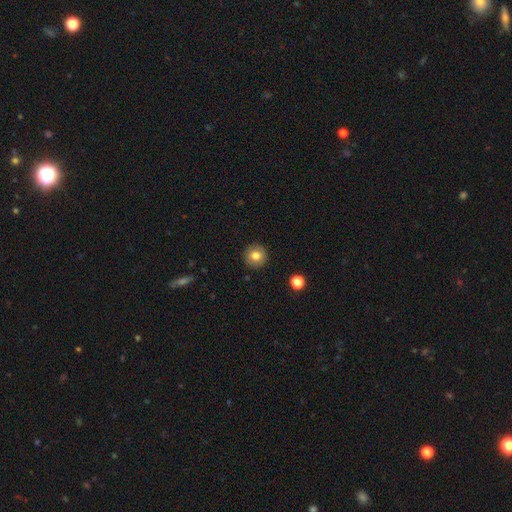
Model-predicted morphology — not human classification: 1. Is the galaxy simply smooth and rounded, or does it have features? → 77% smooth, 14% featured or disk, 9% star or artifact.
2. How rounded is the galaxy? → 93% round, 6% in between, 1% cigar-shaped.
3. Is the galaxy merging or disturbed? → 91% none, 7% minor disturbance, 2% major disturbance, 1% merger.